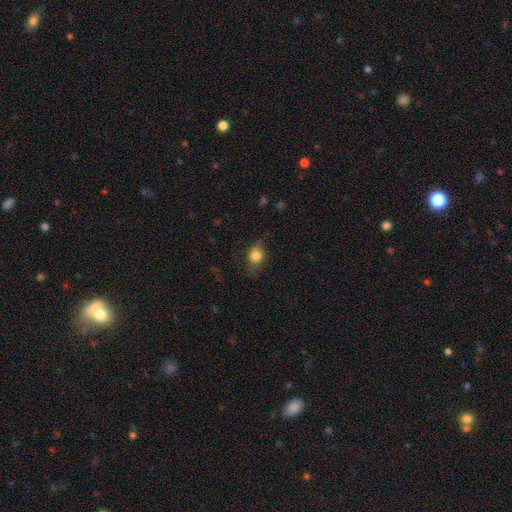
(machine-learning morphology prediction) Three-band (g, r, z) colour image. It shows a smooth galaxy with no disk features (79%) that is round (59%). Merging: none (64%).